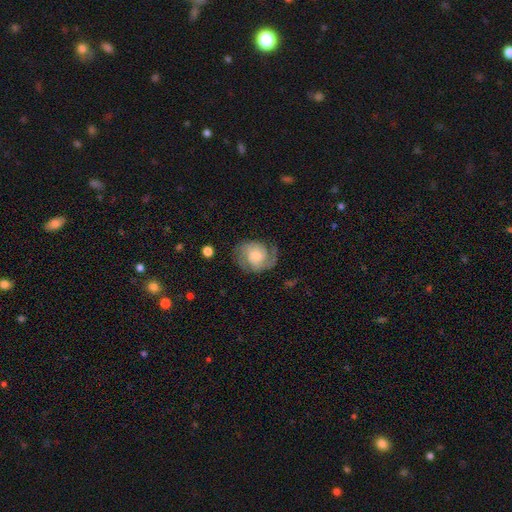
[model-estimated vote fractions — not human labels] smooth_or_featured: featured or disk (p=0.72) [alt: smooth p=0.21]
disk_edge_on: no (p=0.98) [alt: yes p=0.02]
bar: no (p=0.68) [alt: weak p=0.28]
has_spiral_arms: yes (p=0.93) [alt: no p=0.07]
spiral_winding: medium (p=0.42) [alt: tight p=0.41]
spiral_arm_count: 2 (p=0.70) [alt: can't tell p=0.12]
bulge_size: moderate (p=0.53) [alt: small p=0.28]
merging: none (p=0.67) [alt: minor disturbance p=0.20]